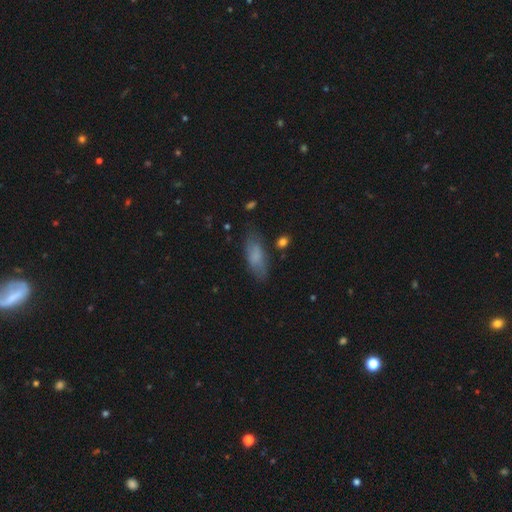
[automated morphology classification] This appears to be a smooth galaxy with no disk features (74%) that is in between round and cigar-shaped (70%). Merging: none (74%).